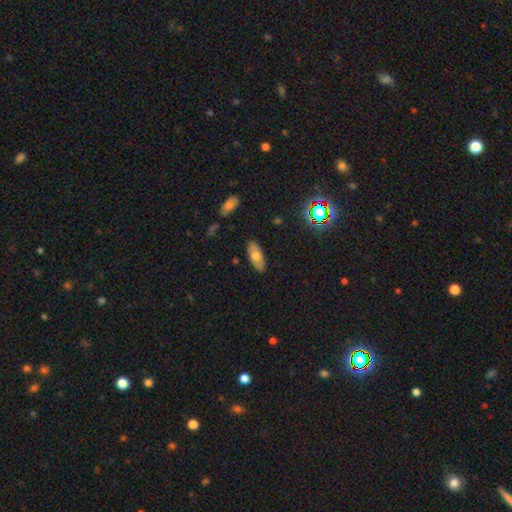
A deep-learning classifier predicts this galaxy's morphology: type=smooth (69%); roundness=in between (83%); merging=none (87%).